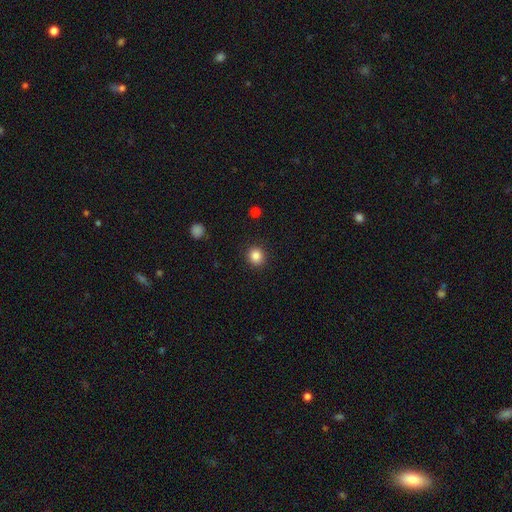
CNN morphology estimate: type=smooth (85%); roundness=round (88%); merging=none (90%).